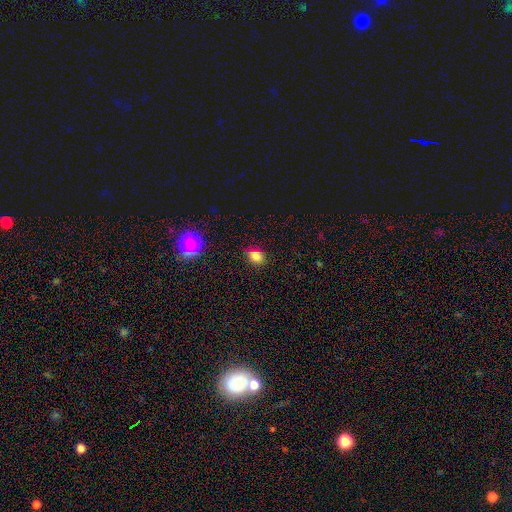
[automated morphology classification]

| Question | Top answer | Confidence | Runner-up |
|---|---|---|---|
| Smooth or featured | smooth | 79% | star or artifact (15%) |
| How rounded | round | 50% | in between (49%) |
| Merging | none | 80% | minor disturbance (15%) |